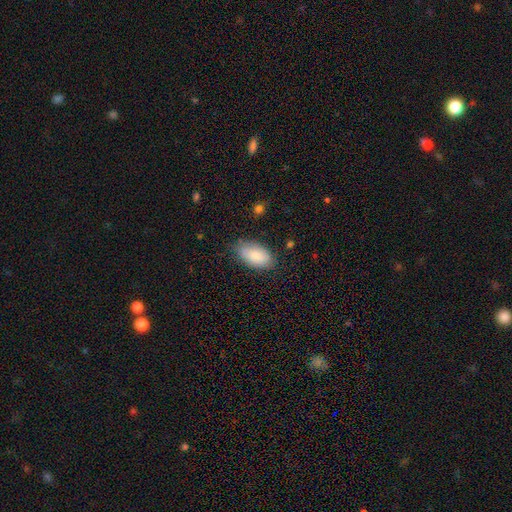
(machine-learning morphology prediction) This appears to be a smooth galaxy with no disk features (86%) that is in between round and cigar-shaped (94%). Merging: none (75%).